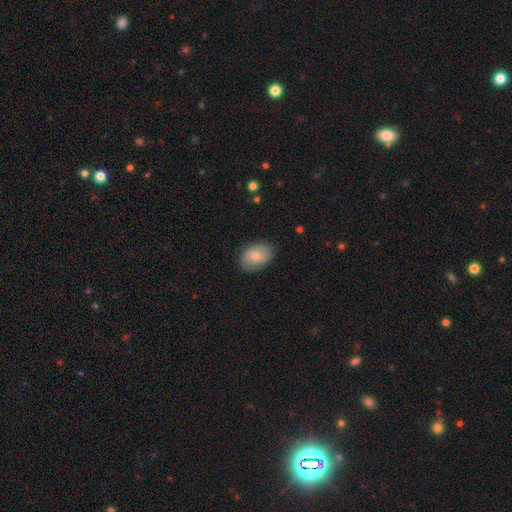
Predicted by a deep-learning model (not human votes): This appears to be a smooth galaxy with no disk features (62%) that is in between round and cigar-shaped (81%). Merging: none (82%).